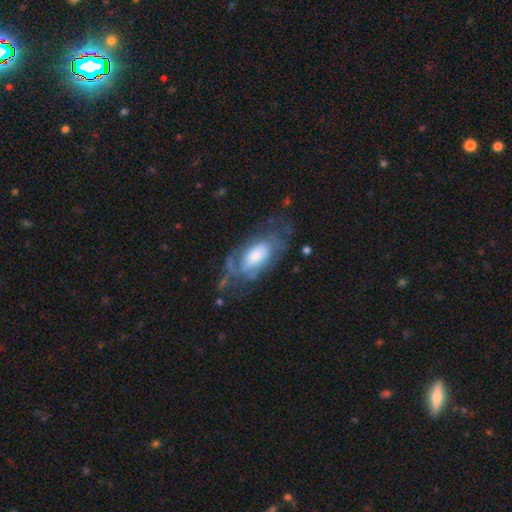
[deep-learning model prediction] smooth-or-featured: featured or disk: 61% | smooth: 32% | star or artifact: 7%
  disk-edge-on: no: 91% | yes: 9%
    bar: no: 68% | weak: 24% | strong: 8%
    has-spiral-arms: yes: 66% | no: 34%
    bulge-size: moderate: 39% | large: 30% | small: 24% | dominant: 4% | none: 3%
  merging: none: 47% | major disturbance: 26% | minor disturbance: 24% | merger: 3%